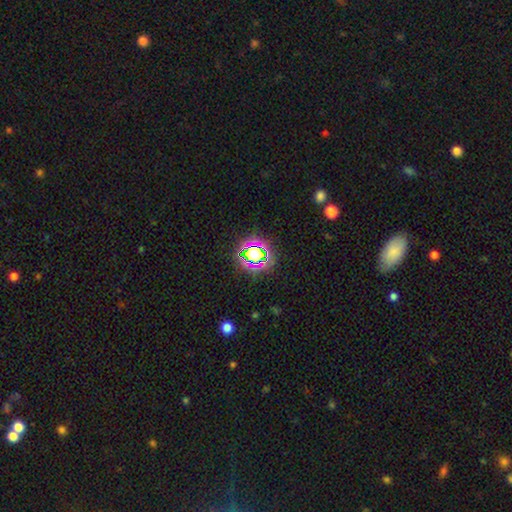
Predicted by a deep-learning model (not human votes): Morphology: type=star or artifact (70%).